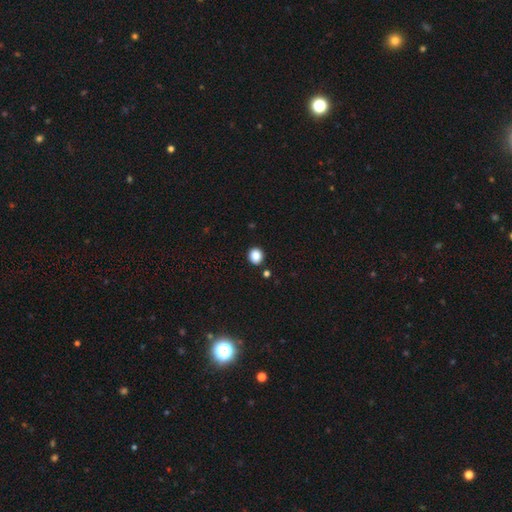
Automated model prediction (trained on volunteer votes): Smooth or featured? Predicted: smooth (p=0.87). How rounded? Predicted: round (p=0.80). Merging? Predicted: none (p=0.90).